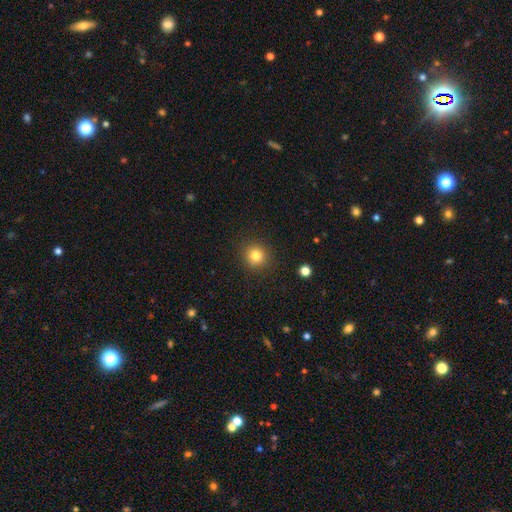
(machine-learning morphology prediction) type=smooth (82%); roundness=round (91%); merging=none (90%).